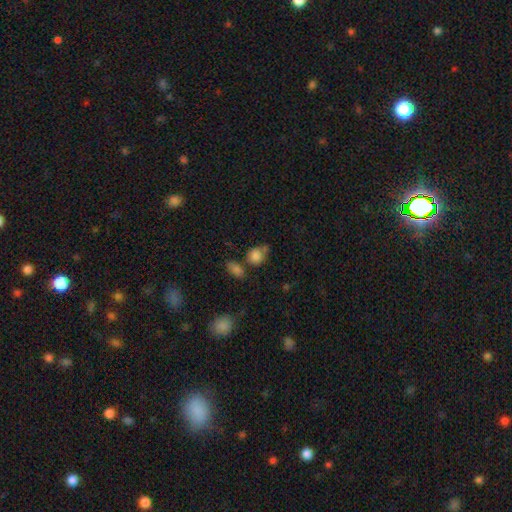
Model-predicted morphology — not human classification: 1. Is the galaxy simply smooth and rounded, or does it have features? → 83% smooth, 10% star or artifact, 7% featured or disk.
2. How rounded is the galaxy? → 66% round, 33% in between, 1% cigar-shaped.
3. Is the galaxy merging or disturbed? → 49% none, 25% merger, 19% minor disturbance, 7% major disturbance.